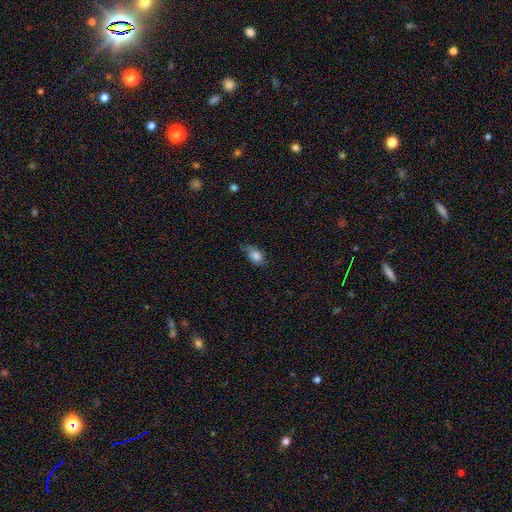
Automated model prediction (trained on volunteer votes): The model was most divided on "merging": none: 46%, minor disturbance: 39%, major disturbance: 13%, merger: 2%. More confident: smooth or featured — smooth (82%); how rounded — in between (73%).